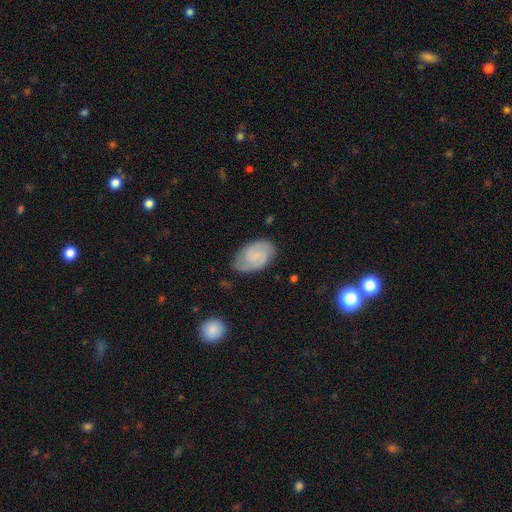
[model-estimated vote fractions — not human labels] Smooth or featured? featured or disk (66%)
Edge-on disk? no (97%)
Bar? no (54%)
Spiral arms? yes (94%)
Spiral winding? tight (45%)
Spiral arm count? 2 (80%)
Bulge size? small (53%)
Merging? none (77%)